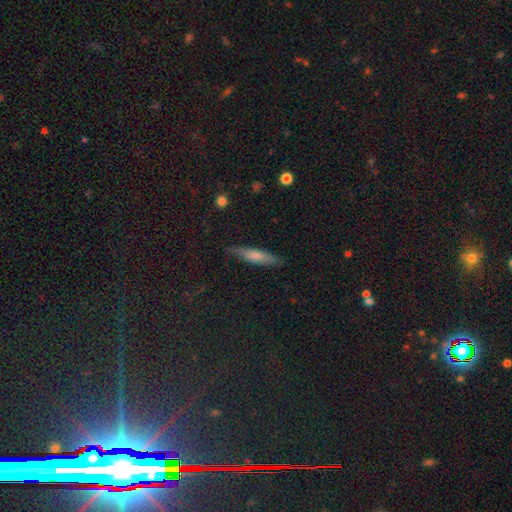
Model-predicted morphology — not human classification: Overall: smooth (65%; featured or disk 27%). How rounded: cigar-shaped (77%). Merging: none (79%).